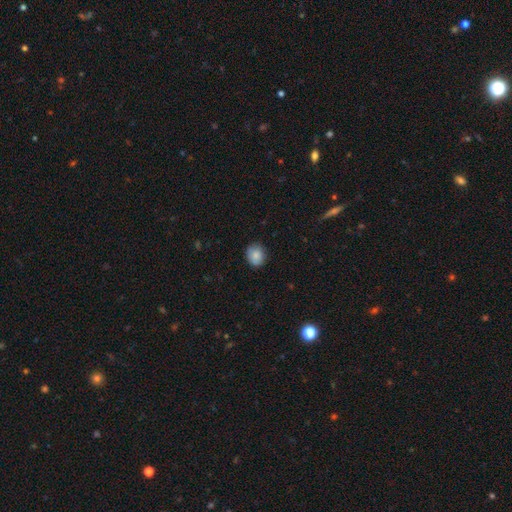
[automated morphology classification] A smooth galaxy with no disk features (85%) that is round (67%).

Vote fractions:
- Smooth or featured? smooth: 85% / star or artifact: 8% / featured or disk: 7%
- How rounded? round: 67% / in between: 32% / cigar-shaped: 1%
- Merging? none: 82% / minor disturbance: 14% / major disturbance: 2% / merger: 1%